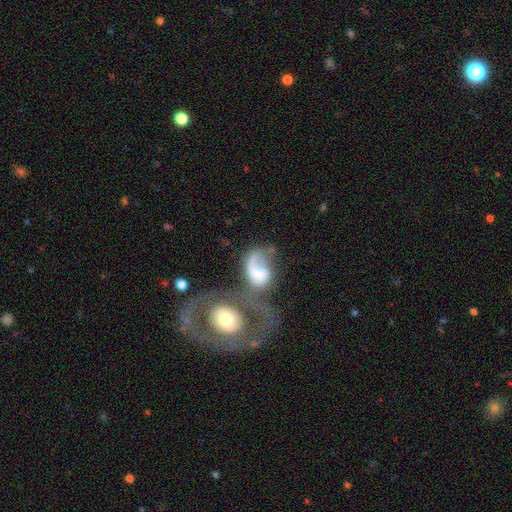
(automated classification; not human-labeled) Smooth or featured?
  - featured or disk: 60% *
  - smooth: 31%
  - star or artifact: 9%
Edge-on disk?
  - no: 95% *
  - yes: 5%
Bar?
  - no: 73% *
  - weak: 19%
  - strong: 8%
Spiral arms?
  - yes: 57% *
  - no: 43%
Bulge size?
  - moderate: 43% *
  - small: 22%
  - large: 16%
  - none: 14%
  - dominant: 4%
Merging?
  - merger: 44% *
  - major disturbance: 25%
  - none: 19%
  - minor disturbance: 12%